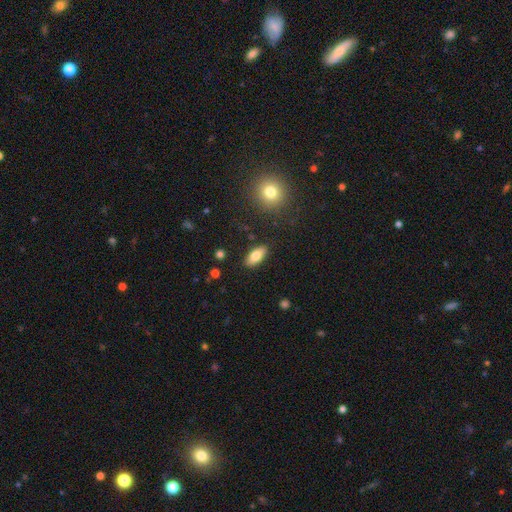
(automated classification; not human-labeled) Smooth or featured? Predicted: smooth (p=0.77). How rounded? Predicted: in between (p=0.83). Merging? Predicted: none (p=0.87).